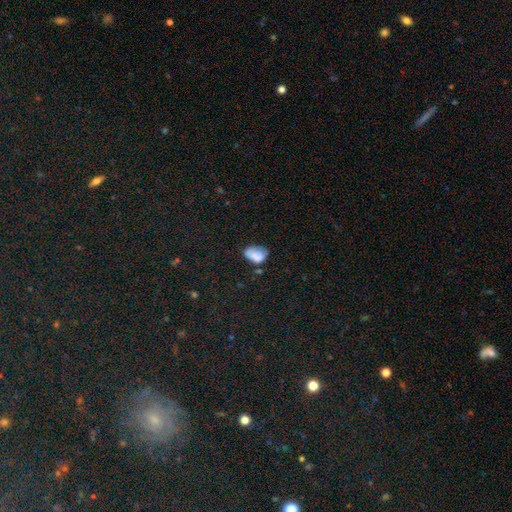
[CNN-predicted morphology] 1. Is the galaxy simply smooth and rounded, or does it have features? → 77% smooth, 13% featured or disk, 10% star or artifact.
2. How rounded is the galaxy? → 85% in between, 14% round, 1% cigar-shaped.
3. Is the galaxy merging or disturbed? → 44% none, 36% minor disturbance, 13% major disturbance, 7% merger.